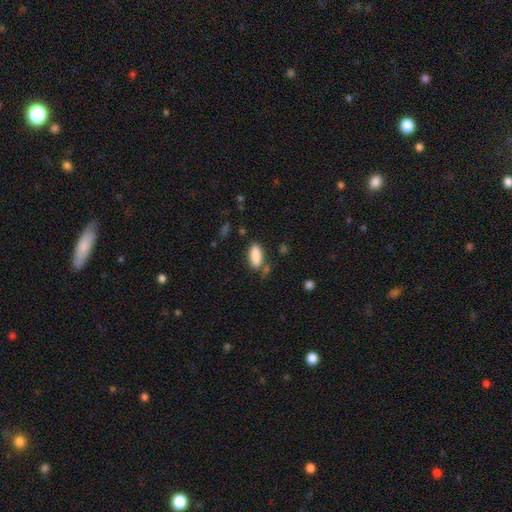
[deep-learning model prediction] This is clearly a smooth galaxy (87%). How rounded: likely in between (80%). Merging: likely none (71%).